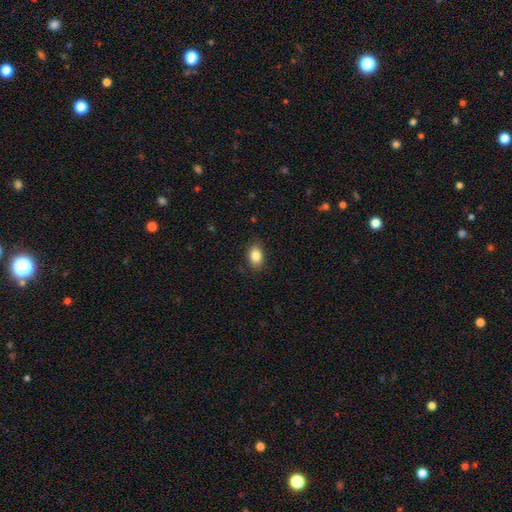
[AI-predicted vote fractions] Overall: smooth (86%). How rounded: in between (81%). Merging: none (87%).